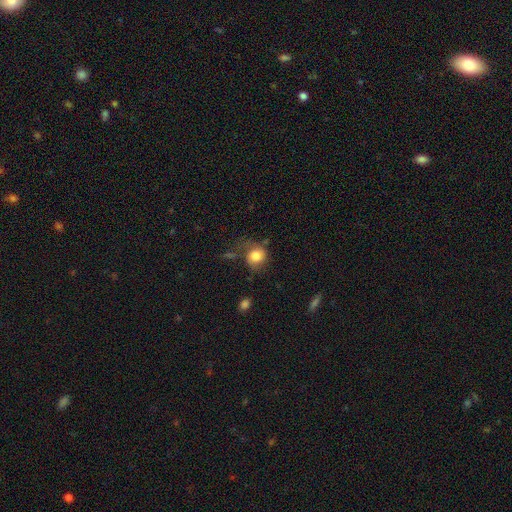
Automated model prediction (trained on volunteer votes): This appears to be a smooth galaxy with no disk features (78%) that is round (73%). Merging: none (47%).